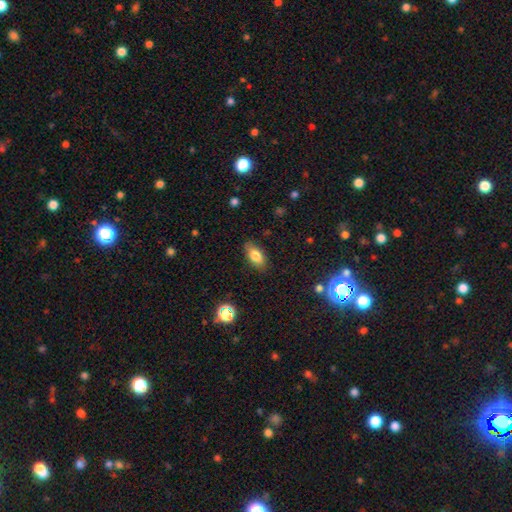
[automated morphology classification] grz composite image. It shows a smooth galaxy with no disk features (80%) that is in between round and cigar-shaped (87%). Merging: none (85%).